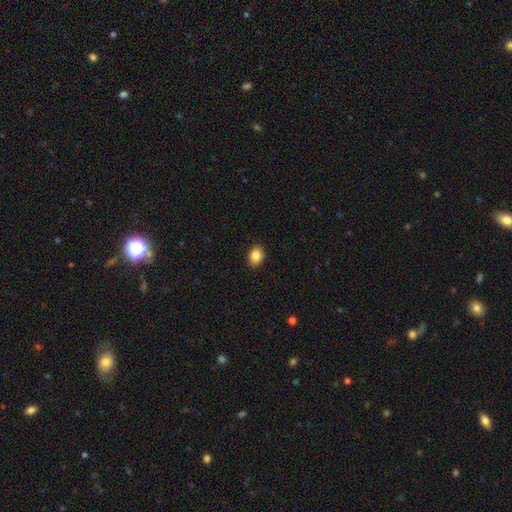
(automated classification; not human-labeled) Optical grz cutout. It shows a smooth galaxy with no disk features (85%) that is in between round and cigar-shaped (61%). Merging: none (89%).